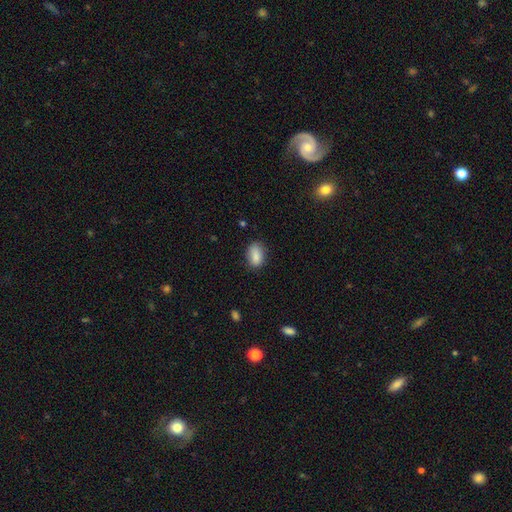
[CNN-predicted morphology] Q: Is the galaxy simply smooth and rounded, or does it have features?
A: smooth — 87%.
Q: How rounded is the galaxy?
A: in between — 87%.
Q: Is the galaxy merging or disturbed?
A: none — 78%.